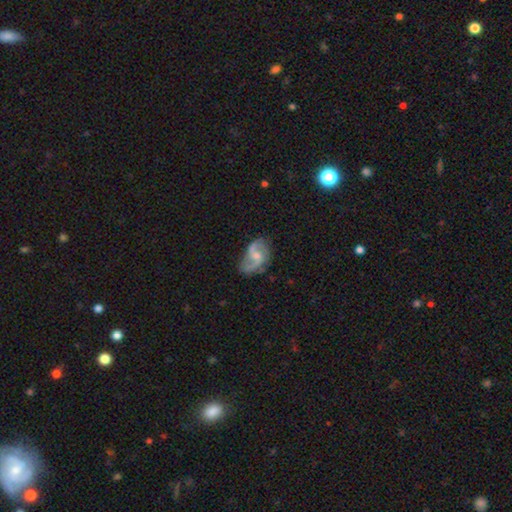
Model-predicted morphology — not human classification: Overall: featured or disk (81%). Edge-on disk: no (98%). Bar: weak (51%; no 39%). Spiral arms: yes (94%). Spiral arm count: 2 (88%). Spiral winding: loose (47%; medium 43%). Bulge size: small (44%; moderate 40%). Merging: none (61%; minor disturbance 24%).